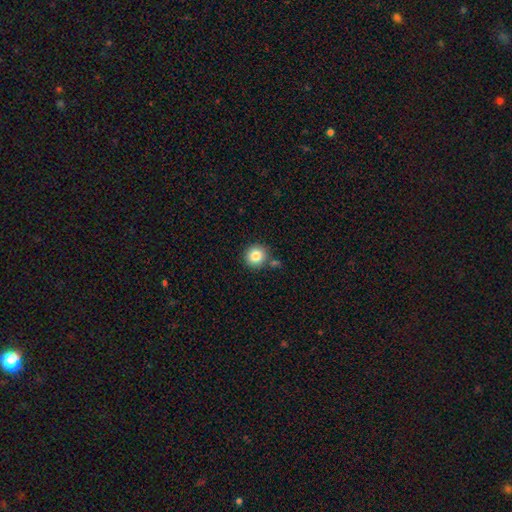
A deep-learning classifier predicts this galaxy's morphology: Q: Smooth or featured?
A: smooth (84%); runner-up: star or artifact (10%)
Q: How rounded?
A: round (91%); runner-up: in between (8%)
Q: Merging?
A: none (79%); runner-up: minor disturbance (10%)